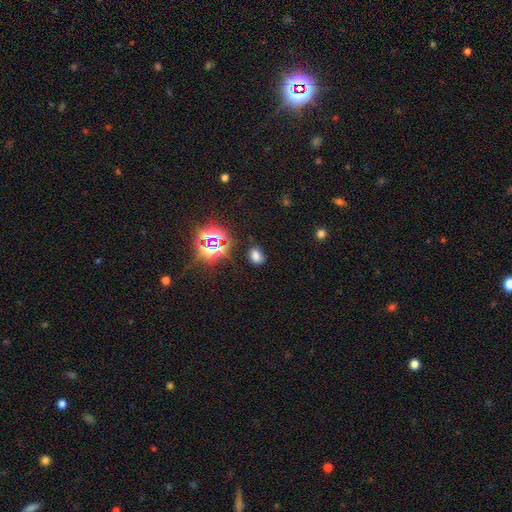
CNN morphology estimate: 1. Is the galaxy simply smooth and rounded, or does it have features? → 64% smooth, 29% star or artifact, 7% featured or disk.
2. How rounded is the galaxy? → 74% in between, 24% round, 1% cigar-shaped.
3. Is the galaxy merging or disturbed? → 78% none, 14% minor disturbance, 5% major disturbance, 3% merger.